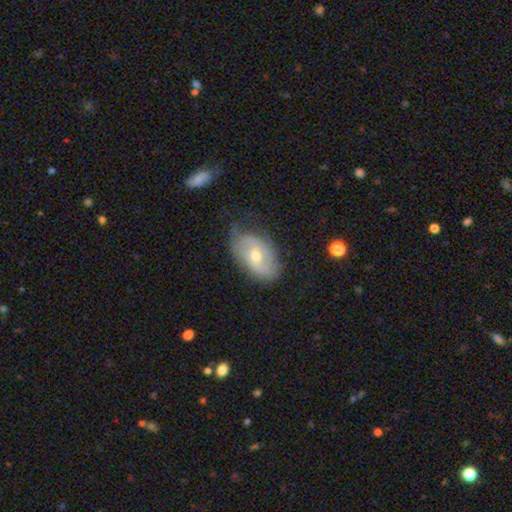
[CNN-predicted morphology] Overall: featured or disk (68%). Edge-on disk: no (94%). Bar: no (58%; weak 34%). Spiral arms: yes (82%). Spiral arm count: 2 (59%; can't tell 26%). Spiral winding: medium (40%; tight 39%). Bulge size: moderate (50%; small 47%). Merging: none (64%; minor disturbance 26%).